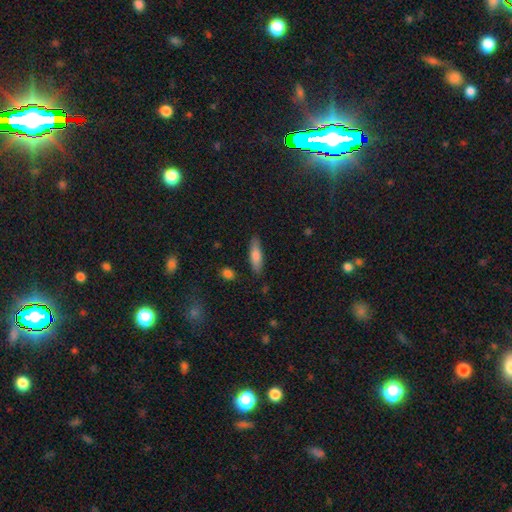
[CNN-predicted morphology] Smooth or featured? smooth (75%)
How rounded? cigar-shaped (60%)
Merging? none (83%)